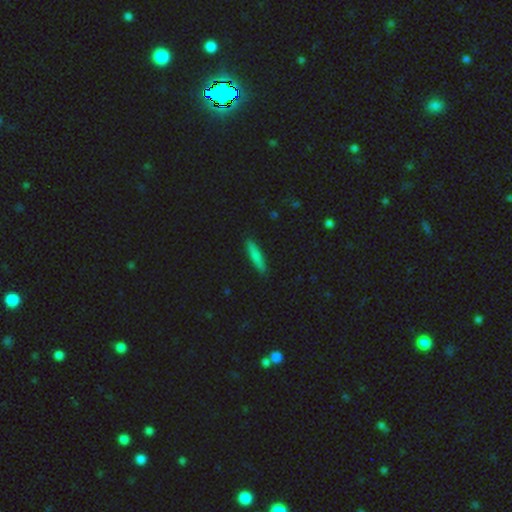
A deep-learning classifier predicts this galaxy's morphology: Q: Smooth or featured?
A: smooth (79%); runner-up: featured or disk (14%)
Q: How rounded?
A: cigar-shaped (84%); runner-up: in between (14%)
Q: Merging?
A: none (89%); runner-up: minor disturbance (8%)